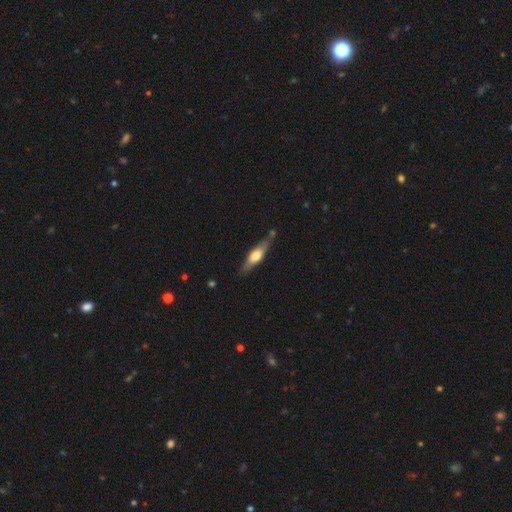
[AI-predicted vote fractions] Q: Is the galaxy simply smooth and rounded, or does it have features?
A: featured or disk — 50%.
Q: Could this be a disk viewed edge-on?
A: yes — 87%.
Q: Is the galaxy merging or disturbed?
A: none — 72%.